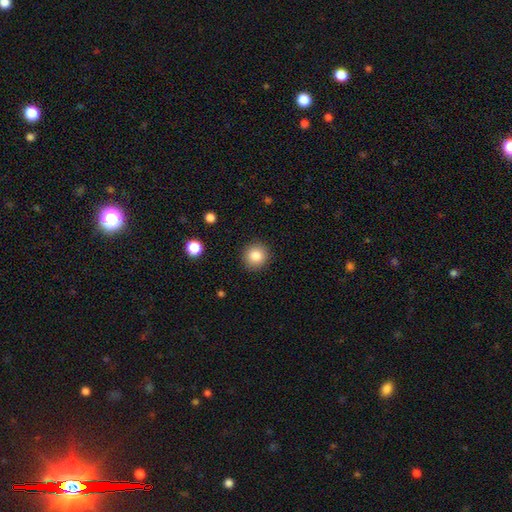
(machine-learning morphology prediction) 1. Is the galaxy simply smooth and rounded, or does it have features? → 85% smooth, 10% star or artifact, 6% featured or disk.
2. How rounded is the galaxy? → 93% round, 6% in between, 1% cigar-shaped.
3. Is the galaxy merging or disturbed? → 91% none, 6% minor disturbance, 2% major disturbance, 1% merger.